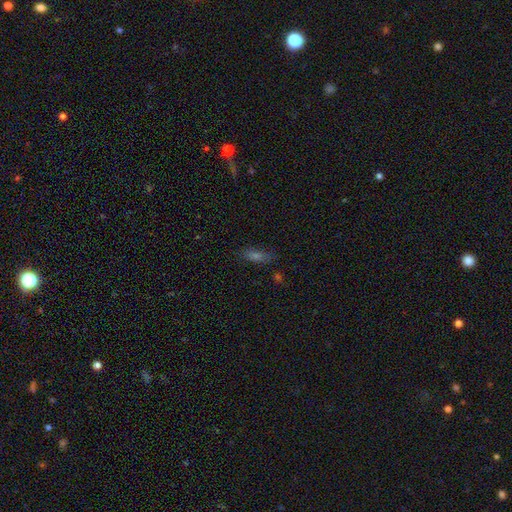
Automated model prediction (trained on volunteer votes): smooth-or-featured: smooth: 53% | star or artifact: 26% | featured or disk: 21%
  how-rounded: in between: 62% | cigar-shaped: 31% | round: 7%
  merging: none: 79% | minor disturbance: 14% | major disturbance: 4% | merger: 3%